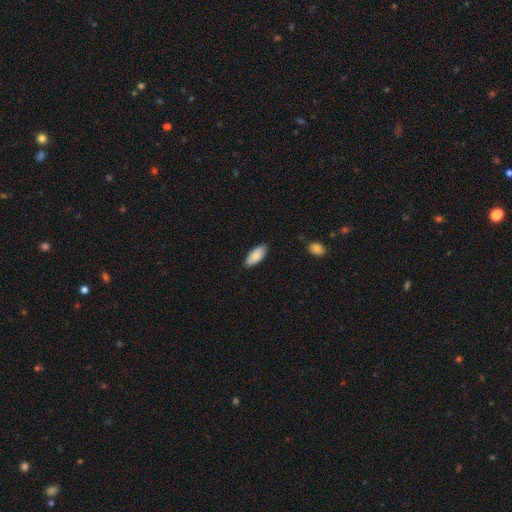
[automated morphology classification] type=smooth (86%); roundness=in between (86%); merging=none (85%).